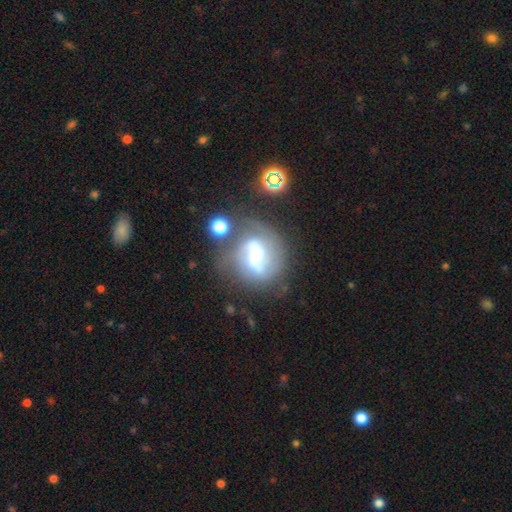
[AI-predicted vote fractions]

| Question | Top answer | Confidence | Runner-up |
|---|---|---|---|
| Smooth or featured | featured or disk | 76% | smooth (15%) |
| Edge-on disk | no | 97% | yes (3%) |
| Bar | weak | 49% | strong (28%) |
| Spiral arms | yes | 90% | no (10%) |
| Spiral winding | medium | 46% | tight (29%) |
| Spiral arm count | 2 | 71% | can't tell (13%) |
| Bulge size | moderate | 57% | small (29%) |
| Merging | none | 59% | minor disturbance (19%) |